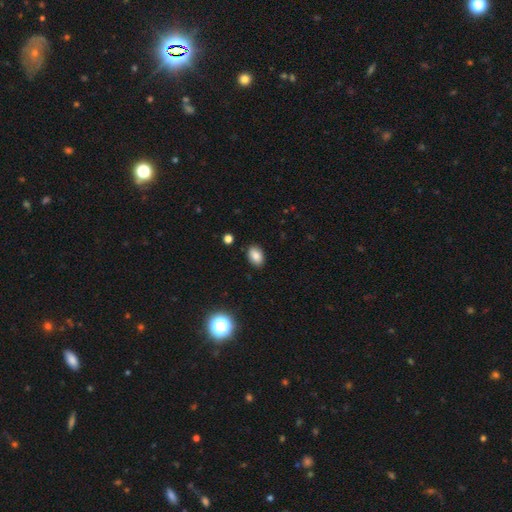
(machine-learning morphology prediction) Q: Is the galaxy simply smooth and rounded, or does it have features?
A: smooth — 84%.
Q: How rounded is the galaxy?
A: in between — 86%.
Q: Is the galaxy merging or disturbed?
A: none — 87%.